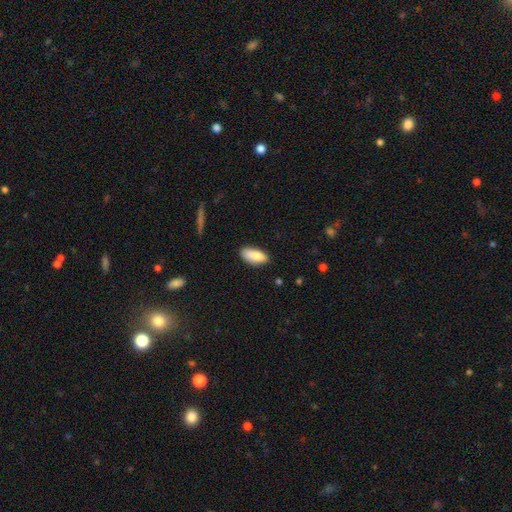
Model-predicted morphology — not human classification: type=smooth (82%); roundness=in between (83%); merging=none (69%).